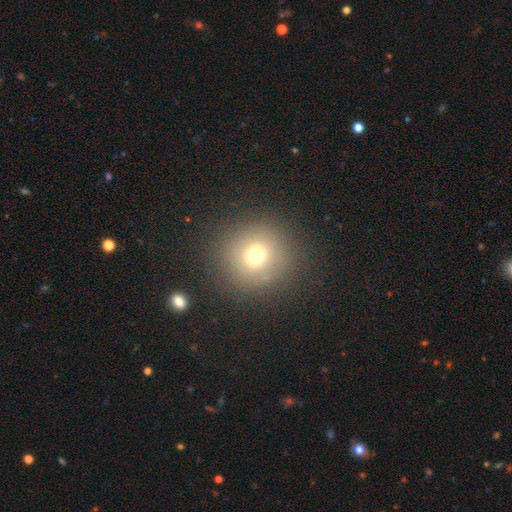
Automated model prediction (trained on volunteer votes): Morphology: type=smooth (70%); roundness=round (93%); merging=none (87%).